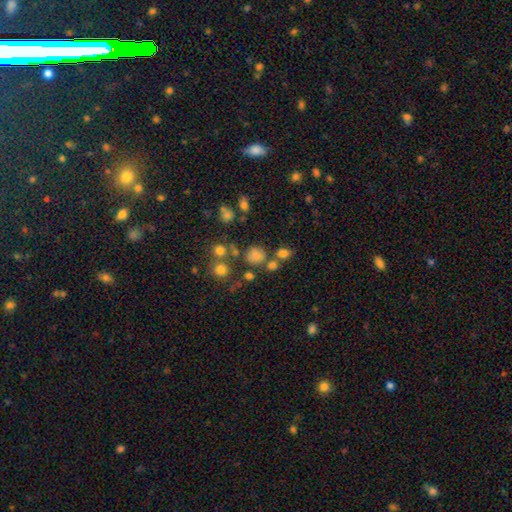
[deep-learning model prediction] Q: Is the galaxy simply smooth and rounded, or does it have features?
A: smooth — 71%.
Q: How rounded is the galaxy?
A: round — 81%.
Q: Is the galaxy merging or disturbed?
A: none — 68%.